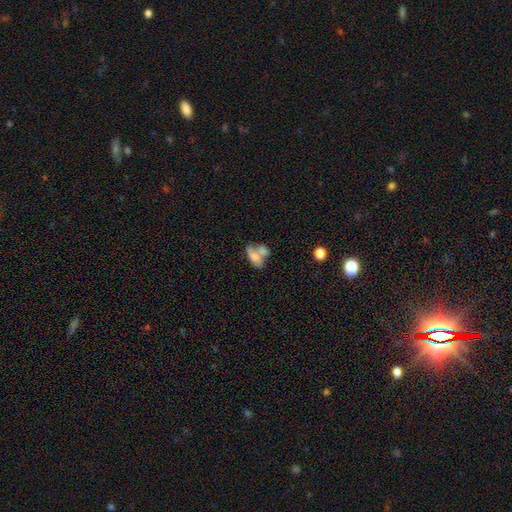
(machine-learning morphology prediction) smooth 60%, featured or disk 31%, star or artifact 9%. Down the decision tree: how rounded — in between (80%); merging — merger (61%).